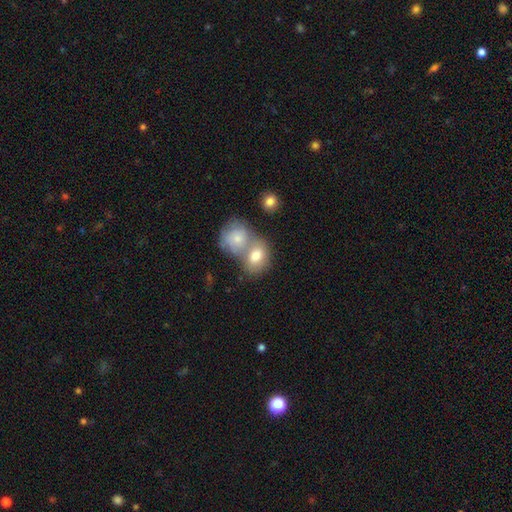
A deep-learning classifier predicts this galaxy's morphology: A smooth galaxy with no disk features (75%) that is in between round and cigar-shaped (63%). Merging: merger (61%).